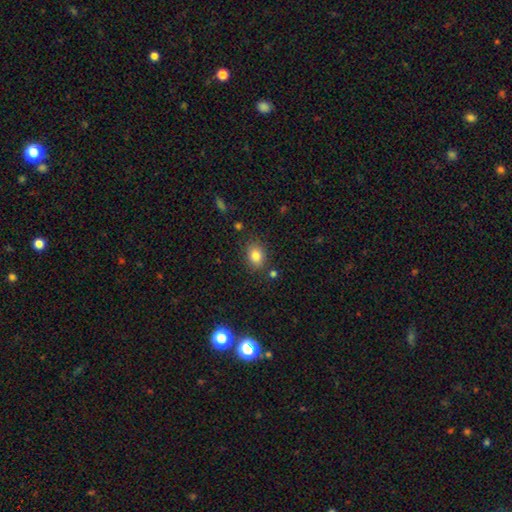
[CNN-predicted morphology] type=smooth (83%); roundness=in between (60%); merging=none (82%).